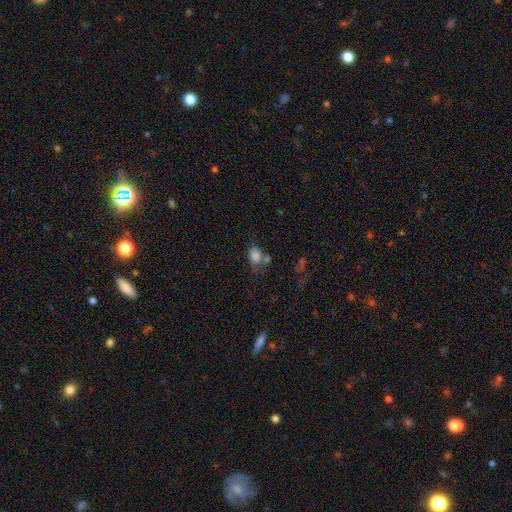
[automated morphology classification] Q: Smooth or featured?
A: smooth (79%); runner-up: star or artifact (11%)
Q: How rounded?
A: in between (71%); runner-up: round (27%)
Q: Merging?
A: none (39%); runner-up: merger (29%)